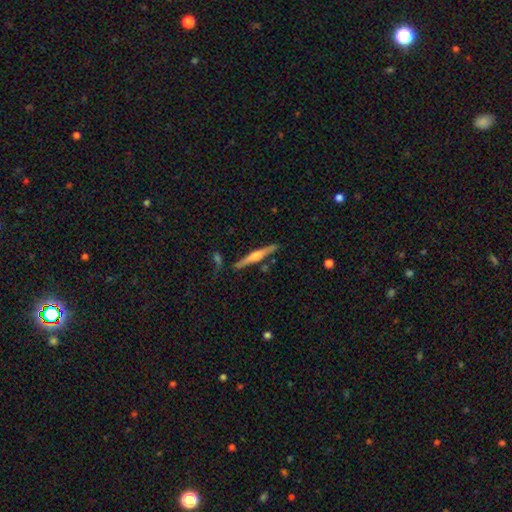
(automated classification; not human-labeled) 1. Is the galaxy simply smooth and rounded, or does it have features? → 71% featured or disk, 23% smooth, 6% star or artifact.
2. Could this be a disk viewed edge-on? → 98% yes, 2% no.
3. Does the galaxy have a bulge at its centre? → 76% rounded, 14% boxy, 10% none.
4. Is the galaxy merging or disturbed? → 84% none, 10% minor disturbance, 4% merger, 2% major disturbance.